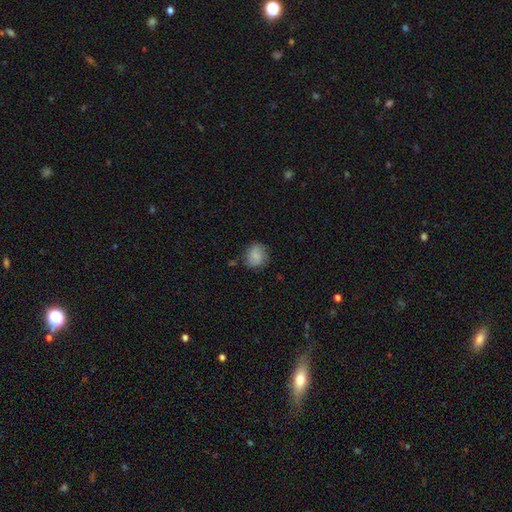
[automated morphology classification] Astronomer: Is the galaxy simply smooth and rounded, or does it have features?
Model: smooth — 77%.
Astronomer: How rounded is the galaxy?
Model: round — 76%.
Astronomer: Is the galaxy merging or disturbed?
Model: none — 77%.